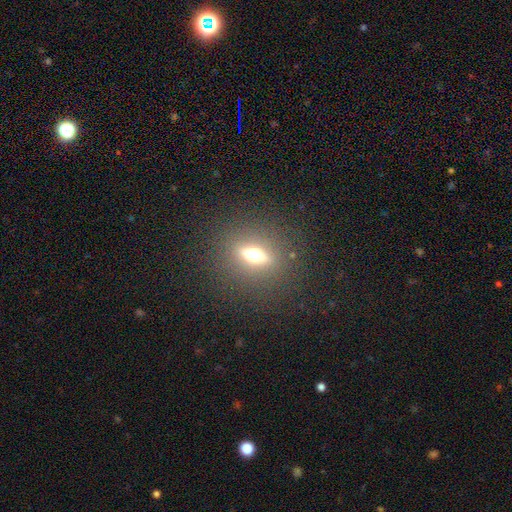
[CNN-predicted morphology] This is marginally a featured or disk galaxy (43%). Merging: clearly none (87%).